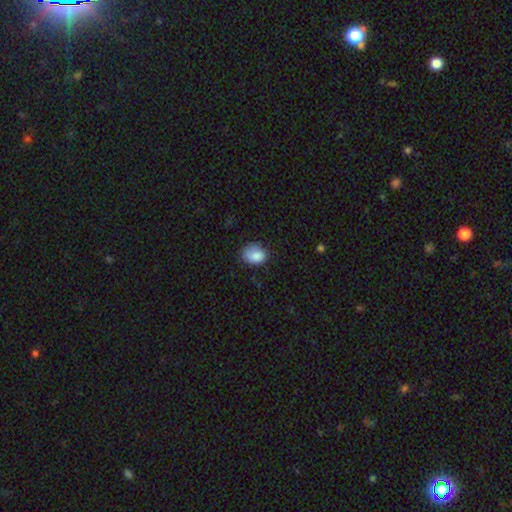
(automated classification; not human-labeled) Overall: smooth (86%). How rounded: in between (64%; round 35%). Merging: none (63%; minor disturbance 28%).